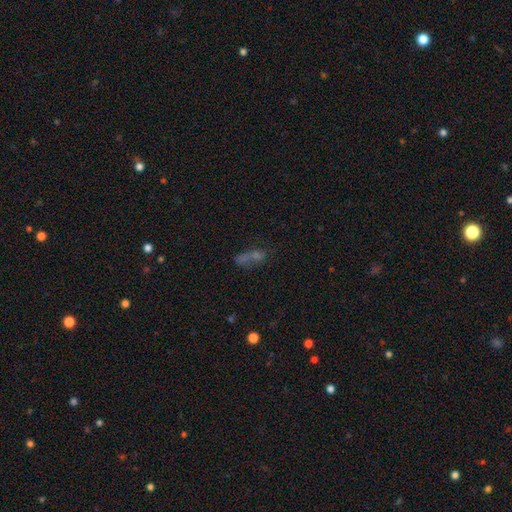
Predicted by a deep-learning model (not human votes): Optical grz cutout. It shows a smooth galaxy with no disk features (52%) that is in between round and cigar-shaped (59%). Merging: none (38%).